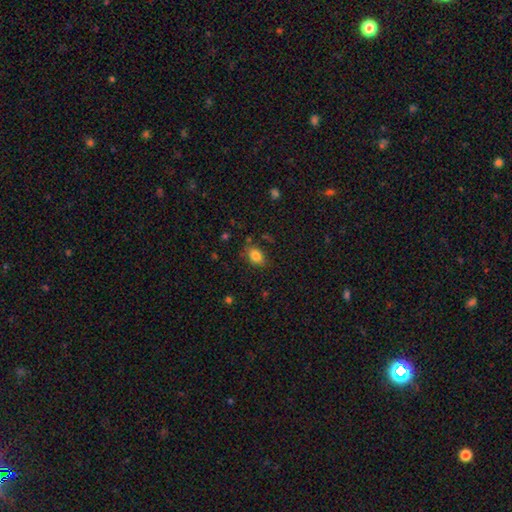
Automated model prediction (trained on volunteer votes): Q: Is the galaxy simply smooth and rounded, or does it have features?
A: smooth — 83%.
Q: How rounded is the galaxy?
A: in between — 74%.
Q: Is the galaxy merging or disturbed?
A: none — 77%.